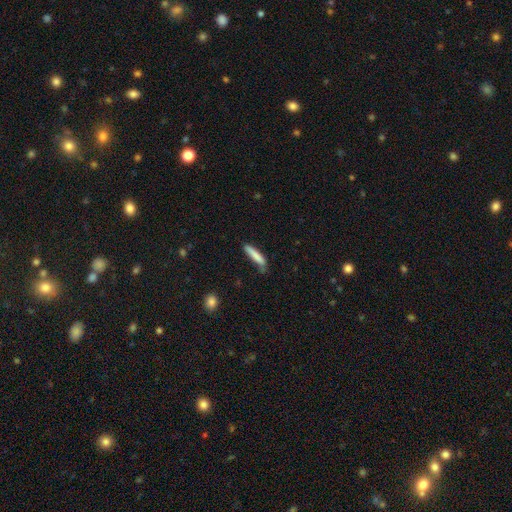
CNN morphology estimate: Smooth or featured? smooth (80%)
How rounded? cigar-shaped (90%)
Merging? none (68%)